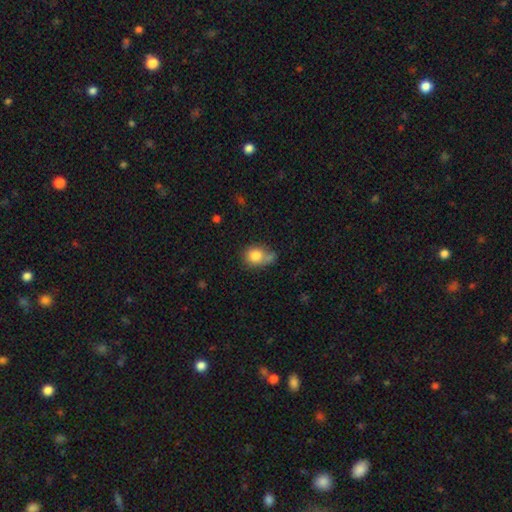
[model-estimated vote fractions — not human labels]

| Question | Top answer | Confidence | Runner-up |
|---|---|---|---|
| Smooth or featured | smooth | 80% | featured or disk (10%) |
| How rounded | round | 62% | in between (37%) |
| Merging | none | 44% | minor disturbance (25%) |